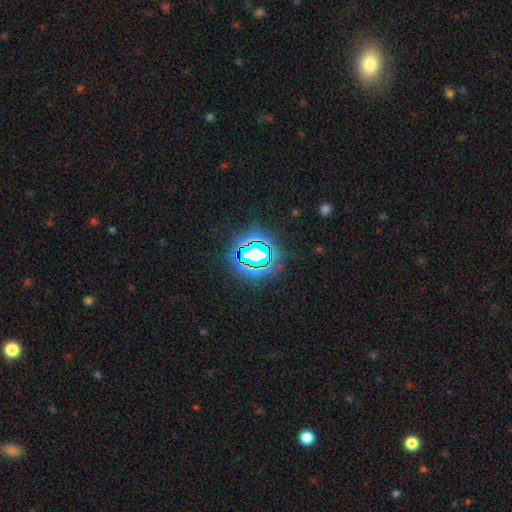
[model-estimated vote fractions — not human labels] The model was most divided on "smooth or featured": star or artifact: 72%, smooth: 17%, featured or disk: 12%.